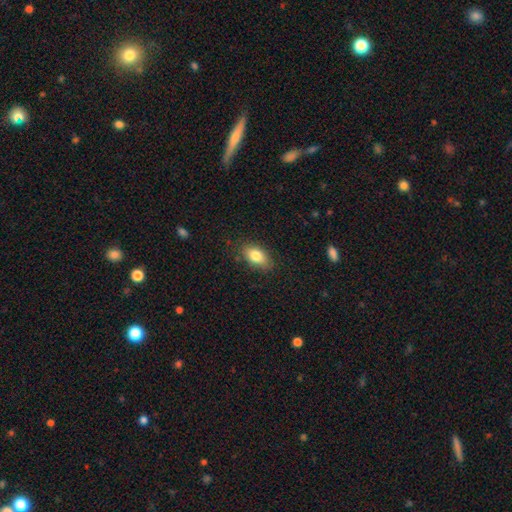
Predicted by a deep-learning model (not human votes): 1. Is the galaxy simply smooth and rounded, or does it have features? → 82% smooth, 10% featured or disk, 8% star or artifact.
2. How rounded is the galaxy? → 89% in between, 7% round, 4% cigar-shaped.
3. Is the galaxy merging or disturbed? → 82% none, 13% minor disturbance, 3% major disturbance, 1% merger.